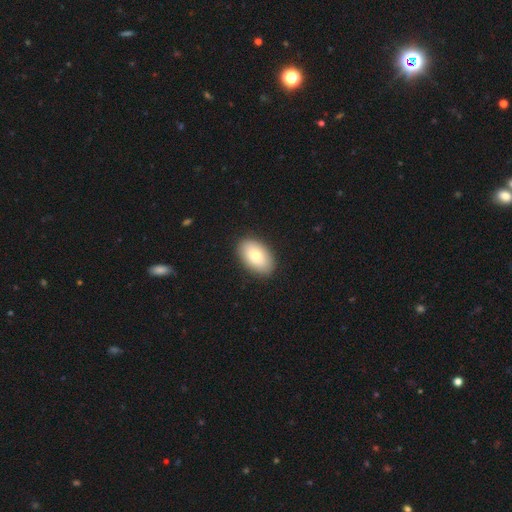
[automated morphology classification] Q: Smooth or featured?
A: smooth (78%); runner-up: featured or disk (16%)
Q: How rounded?
A: in between (92%); runner-up: round (6%)
Q: Merging?
A: none (89%); runner-up: minor disturbance (8%)